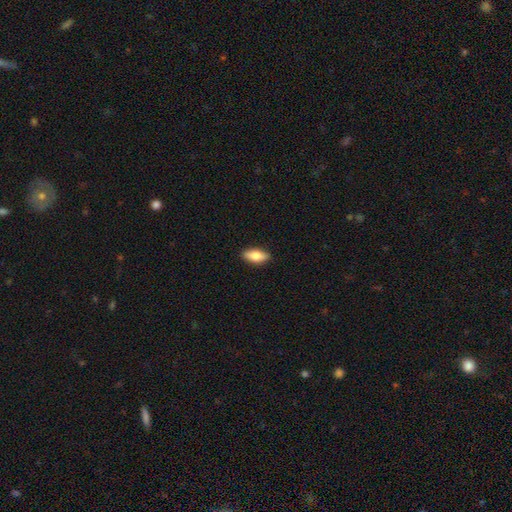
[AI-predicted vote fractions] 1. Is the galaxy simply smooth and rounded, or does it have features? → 79% smooth, 15% featured or disk, 6% star or artifact.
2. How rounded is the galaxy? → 80% in between, 18% cigar-shaped, 3% round.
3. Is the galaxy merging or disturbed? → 89% none, 8% minor disturbance, 2% major disturbance, 1% merger.